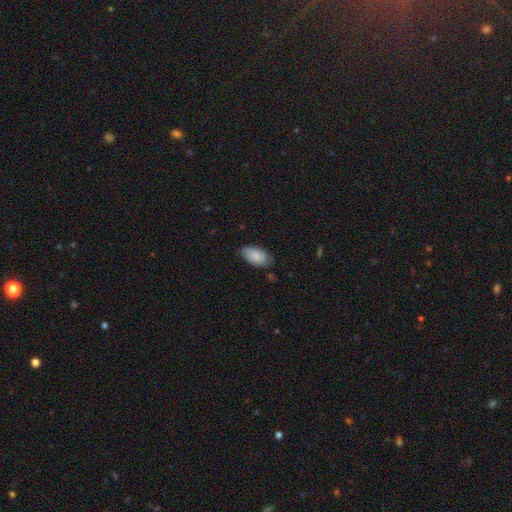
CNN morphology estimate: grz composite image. It shows a smooth galaxy with no disk features (81%) that is in between round and cigar-shaped (94%). Merging: none (72%).